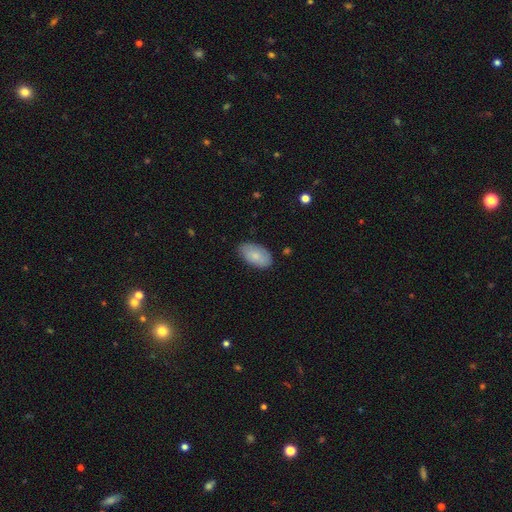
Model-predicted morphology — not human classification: Smooth or featured? Predicted: smooth (p=0.80). How rounded? Predicted: in between (p=0.94). Merging? Predicted: none (p=0.78).